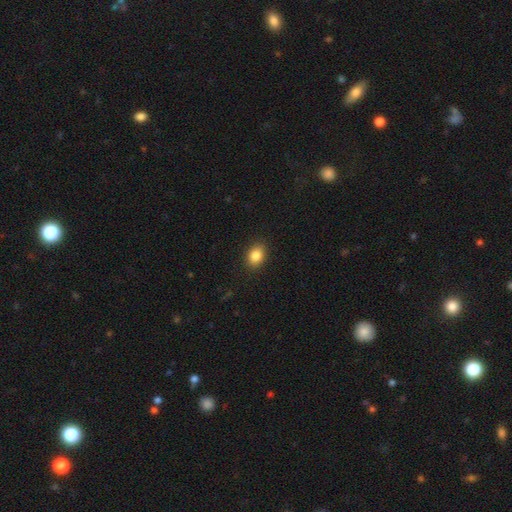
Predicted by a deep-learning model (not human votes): smooth 86%, star or artifact 9%, featured or disk 5%. Down the decision tree: how rounded — in between (68%); merging — none (89%).